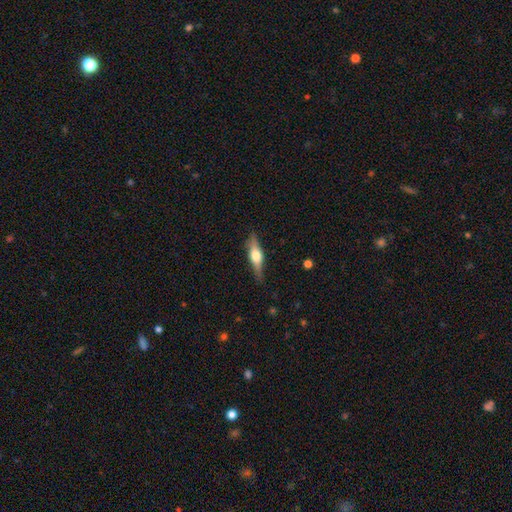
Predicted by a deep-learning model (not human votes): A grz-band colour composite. It shows a featured or disk galaxy (57%) viewed edge-on (95%) with a rounded central bulge (92%). Merging: none (84%).